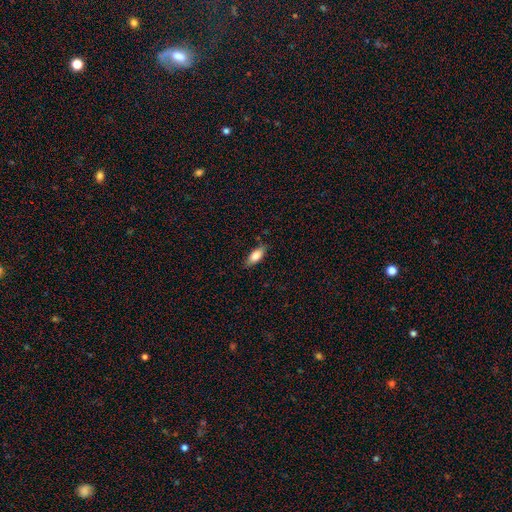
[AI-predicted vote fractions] Q: Smooth or featured?
A: smooth (82%); runner-up: featured or disk (11%)
Q: How rounded?
A: in between (83%); runner-up: cigar-shaped (15%)
Q: Merging?
A: none (81%); runner-up: minor disturbance (15%)